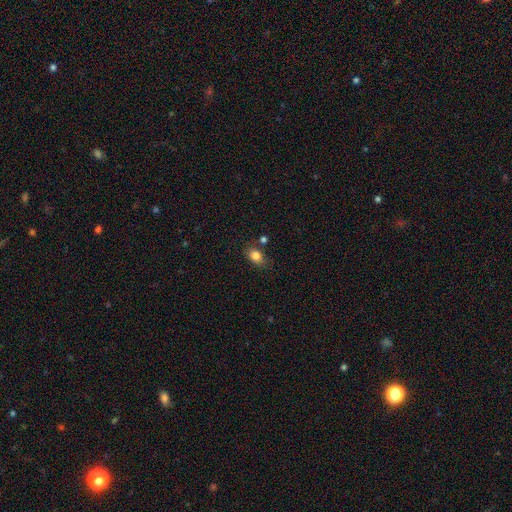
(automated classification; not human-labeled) smooth_or_featured: smooth (p=0.83) [alt: star or artifact p=0.10]
how_rounded: in between (p=0.71) [alt: round p=0.28]
merging: none (p=0.73) [alt: minor disturbance p=0.16]